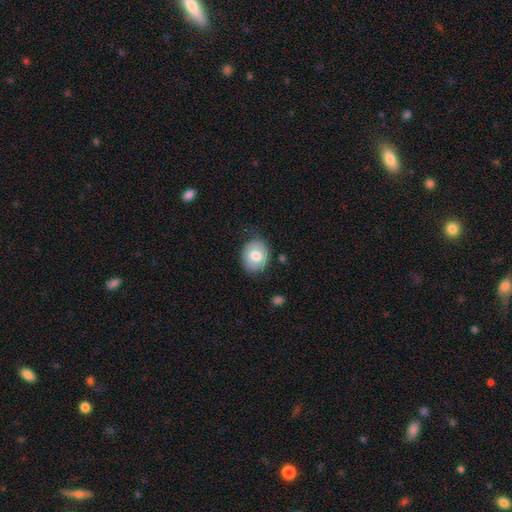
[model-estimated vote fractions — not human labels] Smooth or featured? smooth (72%)
How rounded? round (65%)
Merging? none (74%)